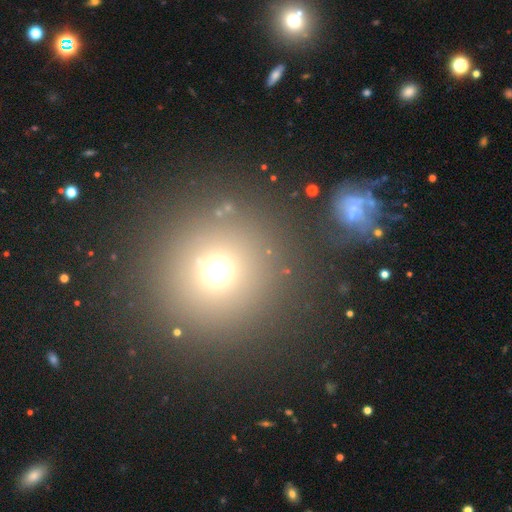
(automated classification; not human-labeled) smooth_or_featured: smooth (p=0.62) [alt: star or artifact p=0.29]
how_rounded: round (p=0.95) [alt: in between p=0.04]
merging: none (p=0.84) [alt: minor disturbance p=0.06]